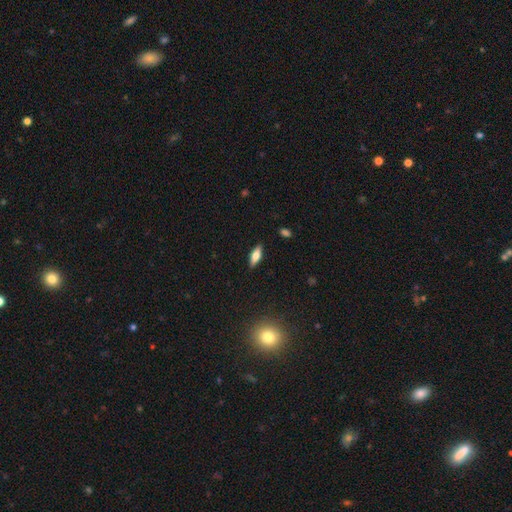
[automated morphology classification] Smooth or featured? smooth (62%)
How rounded? in between (63%)
Merging? none (88%)